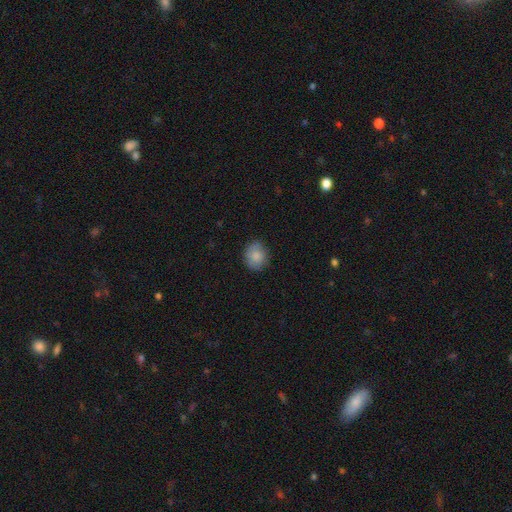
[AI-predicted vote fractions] smooth_or_featured: smooth (p=0.84) [alt: featured or disk p=0.09]
how_rounded: round (p=0.69) [alt: in between p=0.30]
merging: none (p=0.80) [alt: minor disturbance p=0.16]